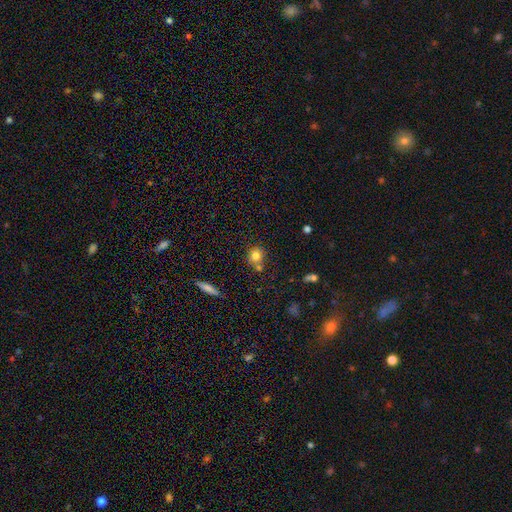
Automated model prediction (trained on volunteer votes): Overall: smooth (79%). How rounded: round (83%). Merging: none (62%).